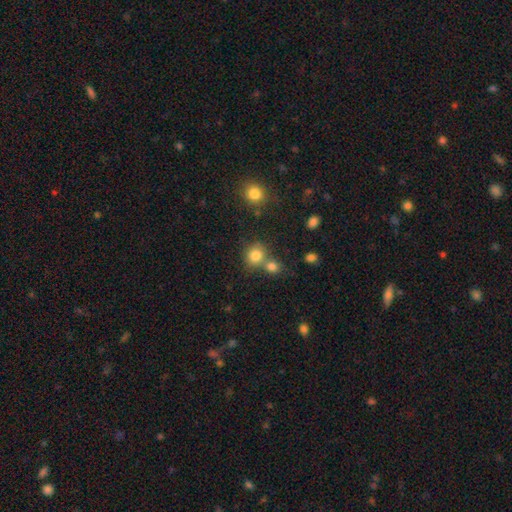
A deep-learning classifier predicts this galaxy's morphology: A smooth galaxy with no disk features (81%) that is round (79%).

Vote fractions:
- Smooth or featured? smooth: 81% / star or artifact: 12% / featured or disk: 7%
- How rounded? round: 79% / in between: 20% / cigar-shaped: 1%
- Merging? none: 56% / merger: 32% / minor disturbance: 9% / major disturbance: 4%